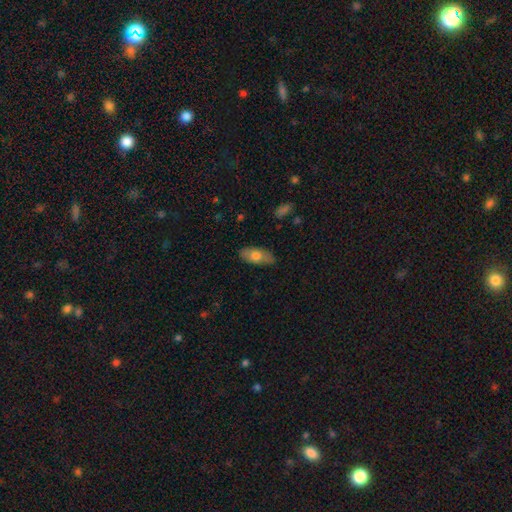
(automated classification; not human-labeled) This appears to be a smooth galaxy with no disk features (70%) that is in between round and cigar-shaped (89%). Merging: none (82%).